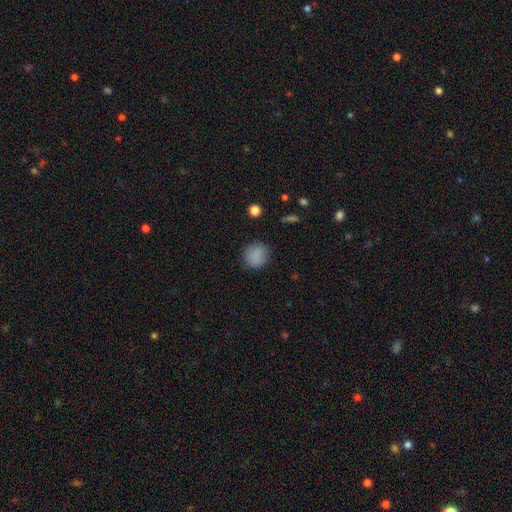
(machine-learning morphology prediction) smooth-or-featured: smooth: 85% | star or artifact: 10% | featured or disk: 5%
  how-rounded: round: 88% | in between: 11% | cigar-shaped: 1%
  merging: none: 85% | minor disturbance: 10% | major disturbance: 3% | merger: 1%